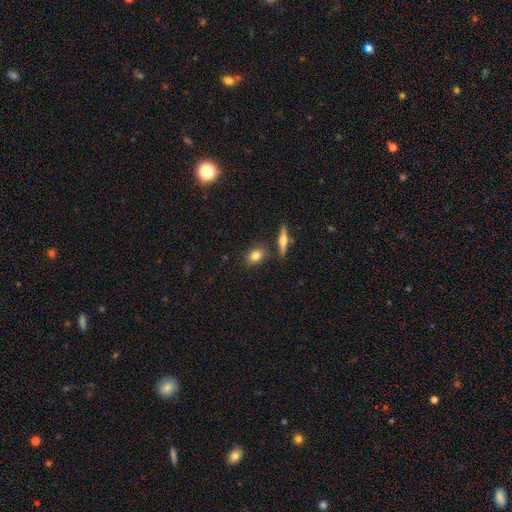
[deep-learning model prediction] Overall: smooth (80%). How rounded: in between (57%; round 37%). Merging: none (76%).